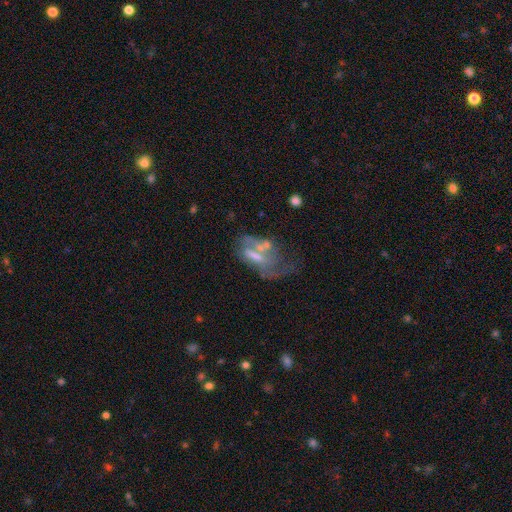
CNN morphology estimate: This is likely a featured or disk galaxy (61%). It is clearly not viewed edge-on (92%). Bar: possibly no (49%). Spiral arm pattern: possibly no (54%). Central bulge: marginally none (32%). Merging: marginally major disturbance (41%).